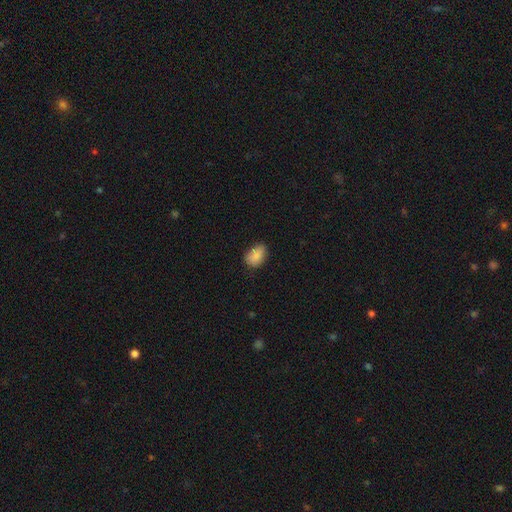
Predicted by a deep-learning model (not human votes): A smooth galaxy with no disk features (85%) that is in between round and cigar-shaped (81%).

Vote fractions:
- Smooth or featured? smooth: 85% / star or artifact: 8% / featured or disk: 6%
- How rounded? in between: 81% / round: 18% / cigar-shaped: 1%
- Merging? none: 70% / minor disturbance: 25% / major disturbance: 4% / merger: 1%